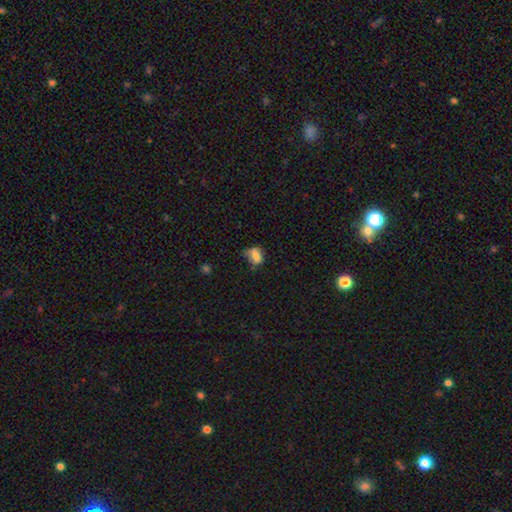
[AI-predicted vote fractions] This appears to be a smooth galaxy with no disk features (70%) that is in between round and cigar-shaped (68%). Merging: none (45%).